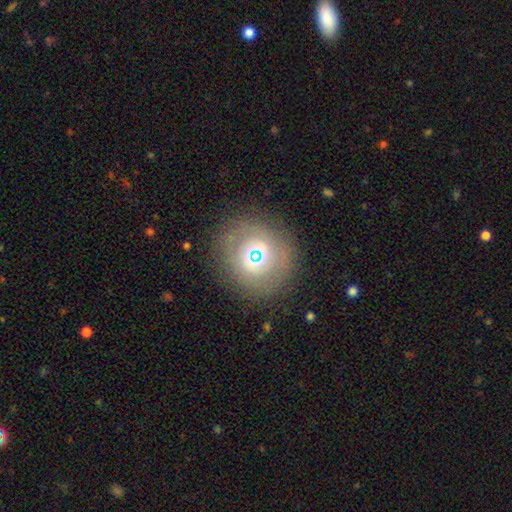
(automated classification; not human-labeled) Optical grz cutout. It shows a smooth galaxy with no disk features (47%). Merging: none (83%).